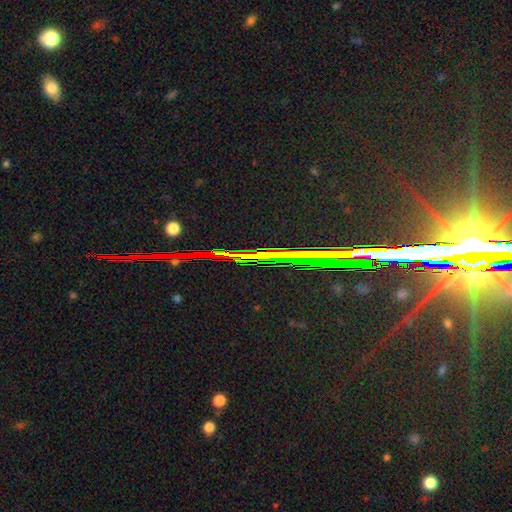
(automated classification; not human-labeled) This appears to be a star or artifact, not a galaxy (85%).